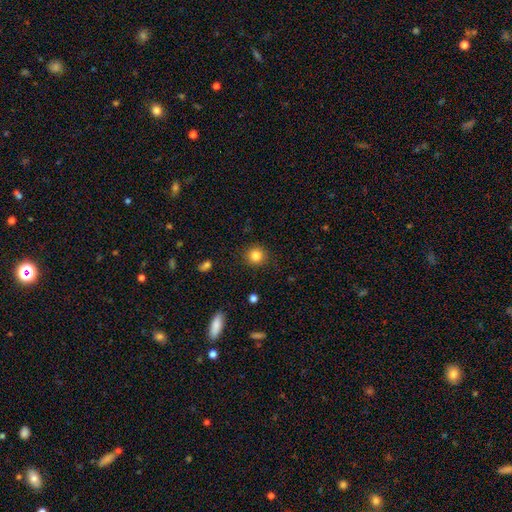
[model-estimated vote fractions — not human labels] Morphology: type=smooth (84%); roundness=round (92%); merging=none (89%).